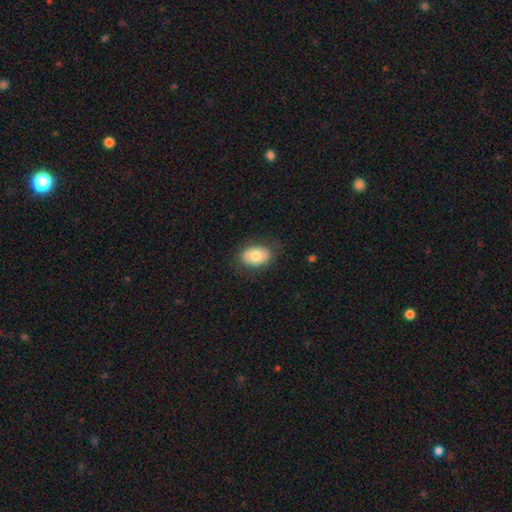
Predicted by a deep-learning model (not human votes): Smooth or featured?
  - smooth: 74% *
  - featured or disk: 19%
  - star or artifact: 7%
How rounded?
  - in between: 85% *
  - round: 14%
  - cigar-shaped: 1%
Merging?
  - none: 81% *
  - minor disturbance: 13%
  - major disturbance: 4%
  - merger: 1%